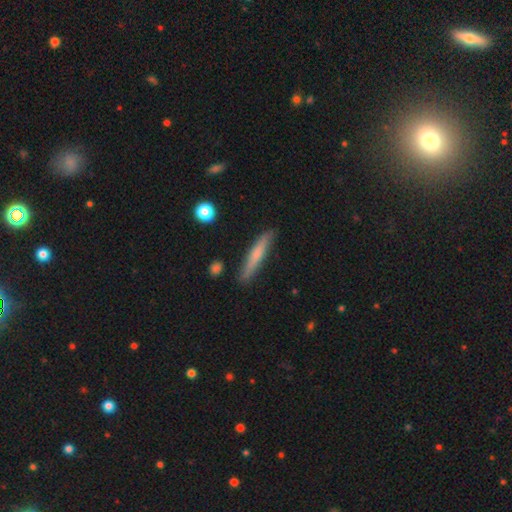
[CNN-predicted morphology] Q: Smooth or featured?
A: smooth (60%); runner-up: featured or disk (34%)
Q: How rounded?
A: cigar-shaped (93%); runner-up: in between (5%)
Q: Merging?
A: none (87%); runner-up: minor disturbance (10%)